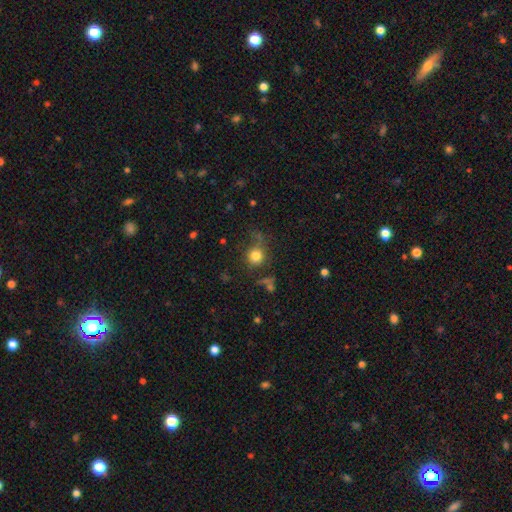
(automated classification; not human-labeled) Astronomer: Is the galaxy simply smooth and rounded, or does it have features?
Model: smooth — 78%.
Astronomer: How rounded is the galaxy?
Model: round — 90%.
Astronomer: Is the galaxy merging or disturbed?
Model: none — 65%.